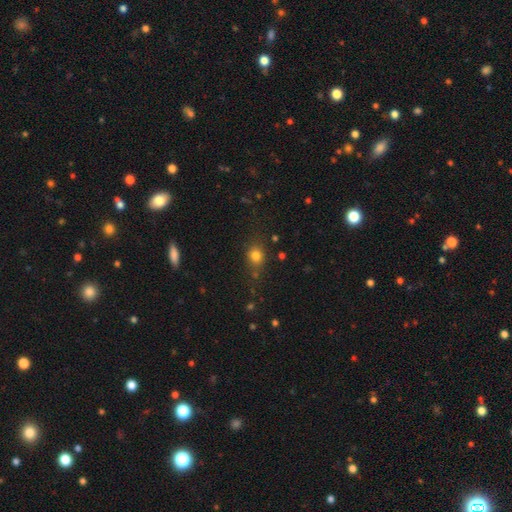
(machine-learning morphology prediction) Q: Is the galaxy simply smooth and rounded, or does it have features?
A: smooth — 78%.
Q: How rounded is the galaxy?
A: round — 66%.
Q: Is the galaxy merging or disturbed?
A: none — 74%.